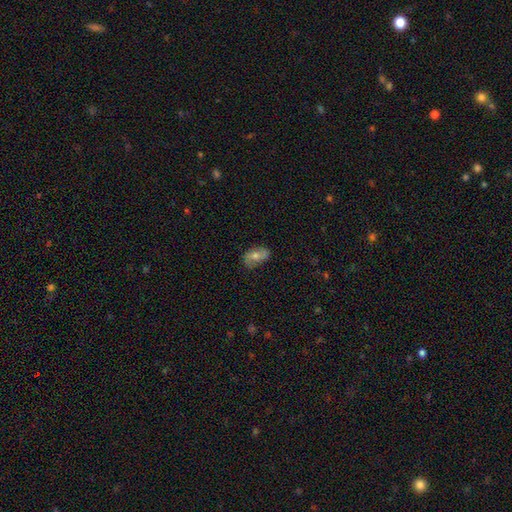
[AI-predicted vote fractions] A smooth galaxy with no disk features (46%). Merging: none (75%).